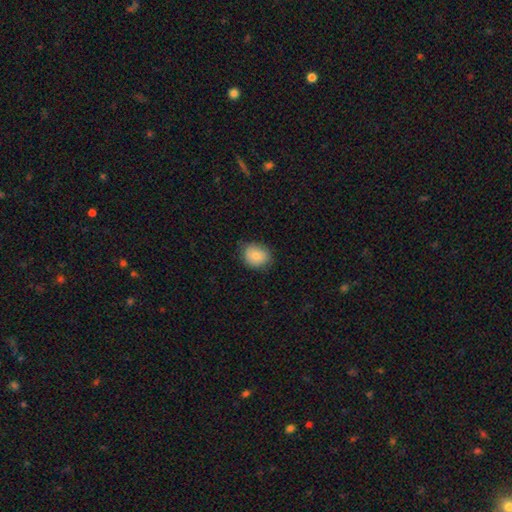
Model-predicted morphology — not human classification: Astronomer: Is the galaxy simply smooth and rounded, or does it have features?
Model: smooth — 84%.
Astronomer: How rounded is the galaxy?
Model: round — 60% (runner-up: in between, 39%).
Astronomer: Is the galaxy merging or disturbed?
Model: none — 79%.